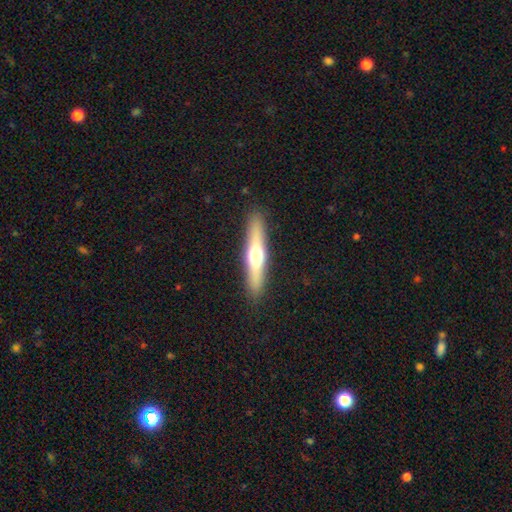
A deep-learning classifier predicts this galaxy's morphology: type=featured or disk (51%); edge-on=yes (91%); merging=none (89%).